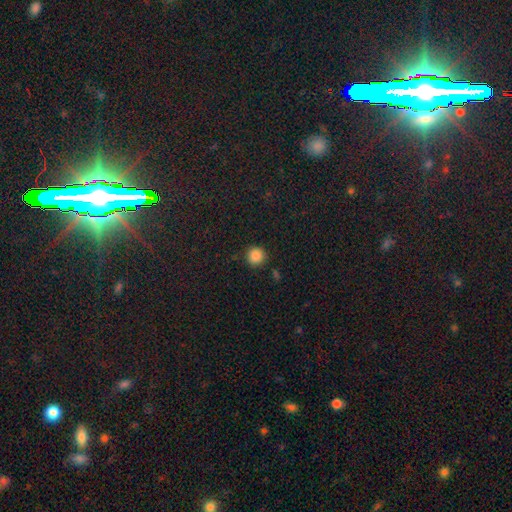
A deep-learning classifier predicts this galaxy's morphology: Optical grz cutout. It shows a smooth galaxy with no disk features (86%) that is round (94%). Merging: none (89%).